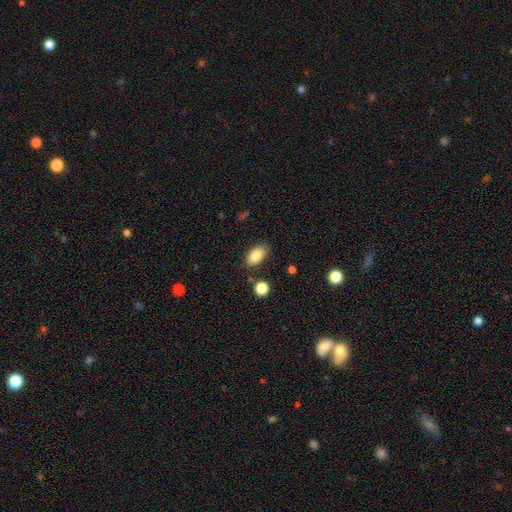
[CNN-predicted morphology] smooth-or-featured: smooth: 85% | star or artifact: 8% | featured or disk: 7%
  how-rounded: in between: 92% | round: 6% | cigar-shaped: 2%
  merging: none: 81% | minor disturbance: 12% | merger: 3% | major disturbance: 3%